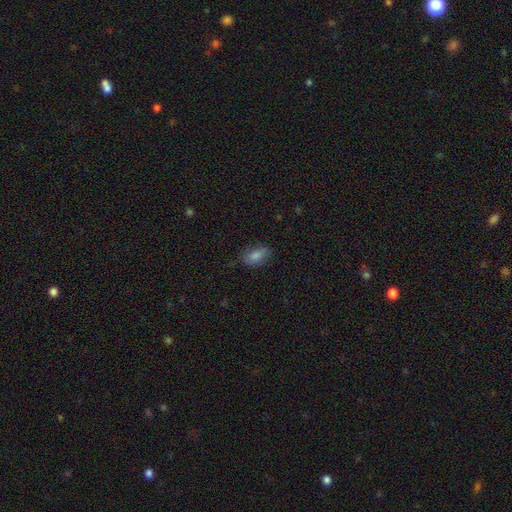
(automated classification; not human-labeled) Overall: smooth (75%). How rounded: in between (87%). Merging: none (75%).